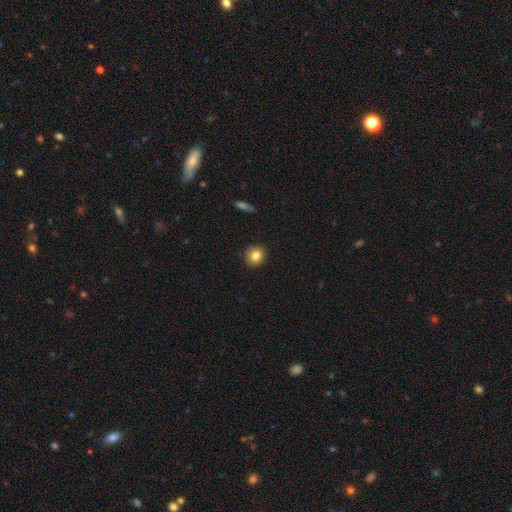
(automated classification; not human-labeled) Smooth or featured? Predicted: smooth (p=0.83). How rounded? Predicted: round (p=0.88). Merging? Predicted: none (p=0.91).